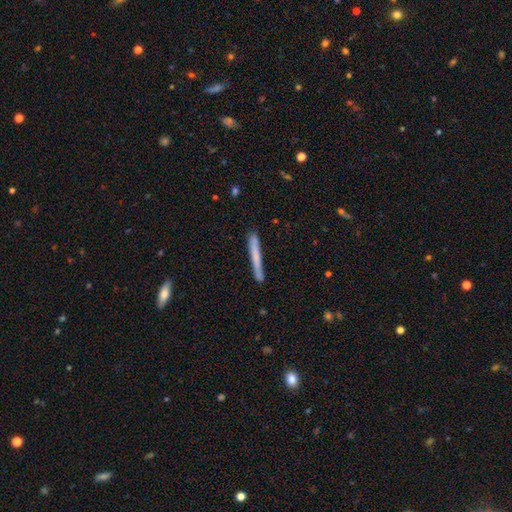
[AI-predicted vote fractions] smooth-or-featured: smooth: 64% | featured or disk: 30% | star or artifact: 6%
  how-rounded: cigar-shaped: 97% | in between: 2% | round: 1%
  merging: none: 86% | minor disturbance: 10% | major disturbance: 2% | merger: 2%